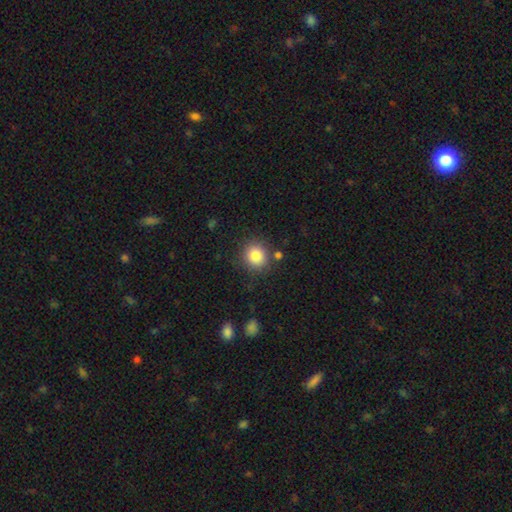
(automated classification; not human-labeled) Smooth or featured: smooth — 84% (star or artifact — 10%)
How rounded: round — 84% (in between — 15%)
Merging: none — 84% (minor disturbance — 9%)